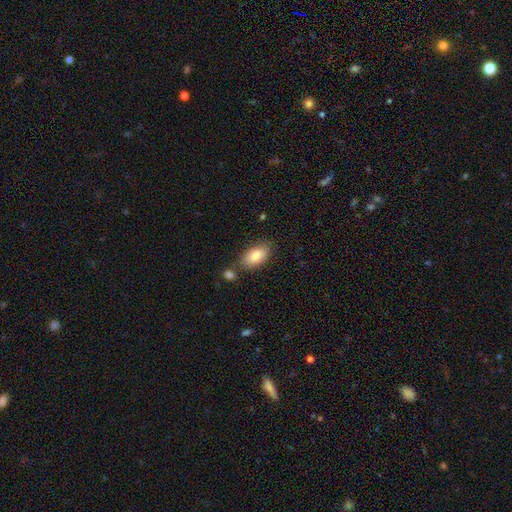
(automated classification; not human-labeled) The model was most divided on "merging": none: 70%, minor disturbance: 14%, merger: 12%, major disturbance: 4%. More confident: how rounded — in between (93%); smooth or featured — smooth (84%).